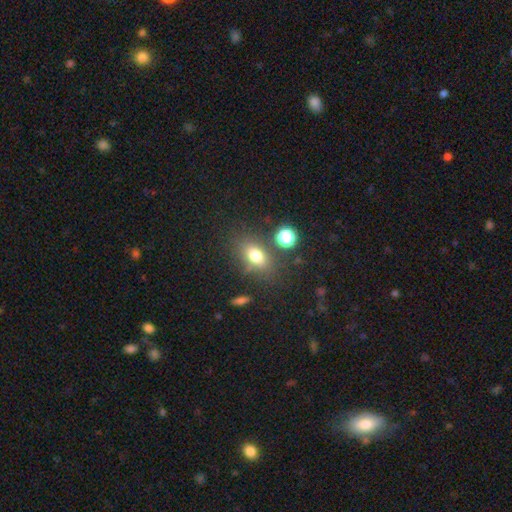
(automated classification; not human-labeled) Morphology: type=smooth (74%); roundness=in between (72%); merging=none (73%).